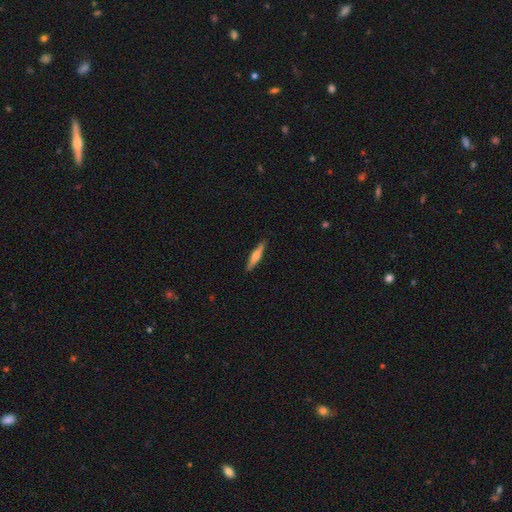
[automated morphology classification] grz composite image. It shows a featured or disk galaxy (50%) viewed edge-on (96%). Merging: none (91%).